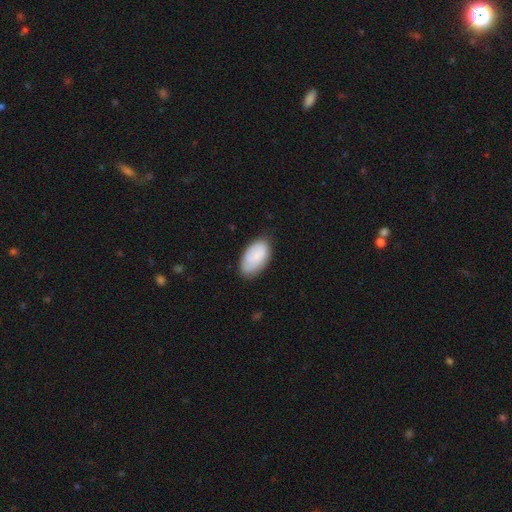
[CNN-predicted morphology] smooth-or-featured: smooth: 76% | featured or disk: 18% | star or artifact: 6%
  how-rounded: in between: 94% | round: 4% | cigar-shaped: 2%
  merging: none: 74% | minor disturbance: 21% | major disturbance: 4% | merger: 1%